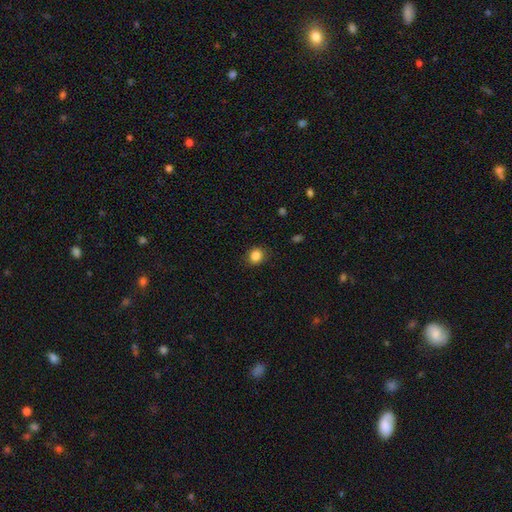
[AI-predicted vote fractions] The model was most divided on "how rounded": round: 74%, in between: 25%, cigar-shaped: 1%. More confident: merging — none (85%); smooth or featured — smooth (85%).